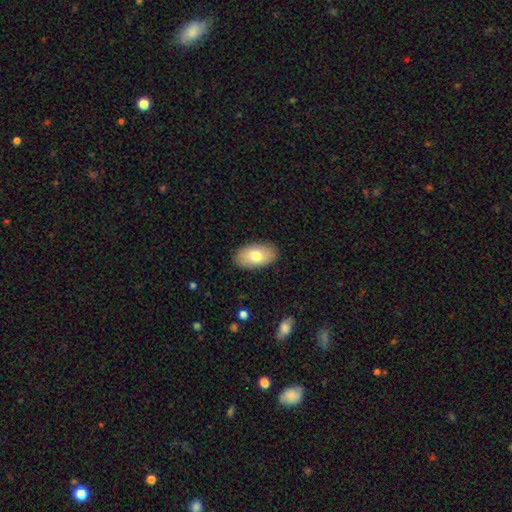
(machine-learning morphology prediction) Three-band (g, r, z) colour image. It shows a smooth galaxy with no disk features (76%) that is in between round and cigar-shaped (94%). Merging: none (88%).